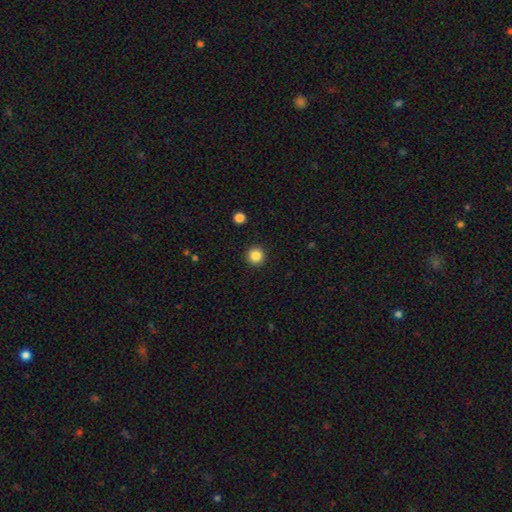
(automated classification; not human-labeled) This appears to be a smooth galaxy with no disk features (85%) that is round (95%). Merging: none (93%).